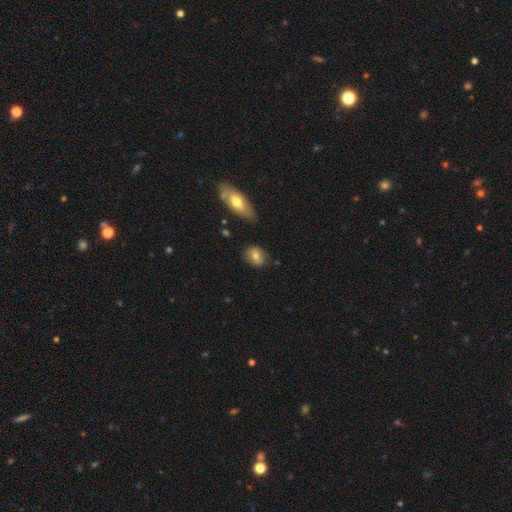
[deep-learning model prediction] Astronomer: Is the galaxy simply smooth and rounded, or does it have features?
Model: smooth — 68%.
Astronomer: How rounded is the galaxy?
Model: round — 54% (runner-up: in between, 44%).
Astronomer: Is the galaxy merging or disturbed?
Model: none — 77%.